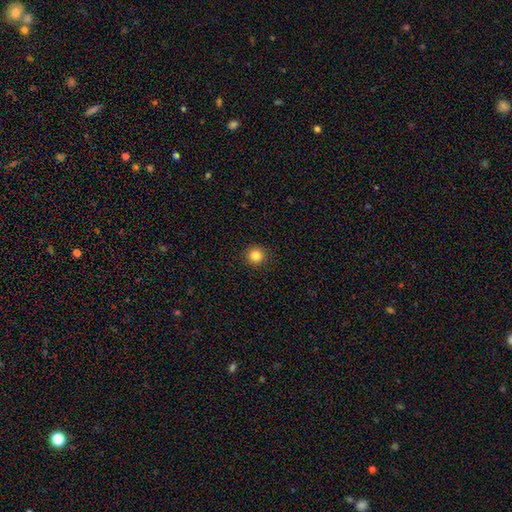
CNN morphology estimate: Smooth or featured: smooth — 84% (star or artifact — 11%)
How rounded: round — 93% (in between — 6%)
Merging: none — 92% (minor disturbance — 5%)